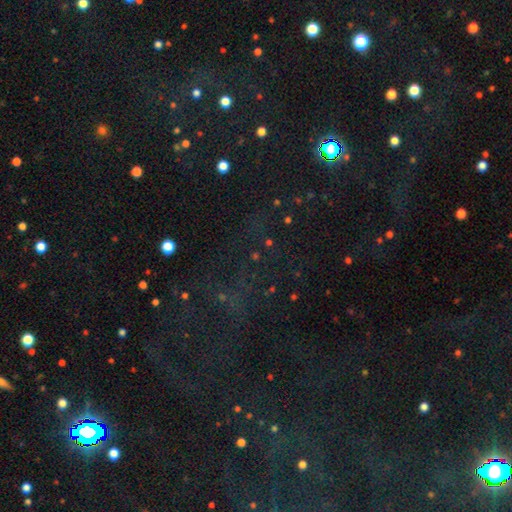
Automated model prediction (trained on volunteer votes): Overall: star or artifact (74%).